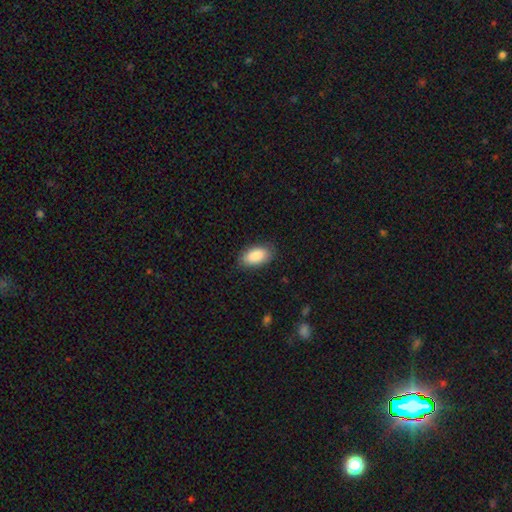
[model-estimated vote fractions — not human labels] Smooth or featured: smooth — 89% (star or artifact — 6%)
How rounded: in between — 94% (round — 3%)
Merging: none — 83% (minor disturbance — 13%)